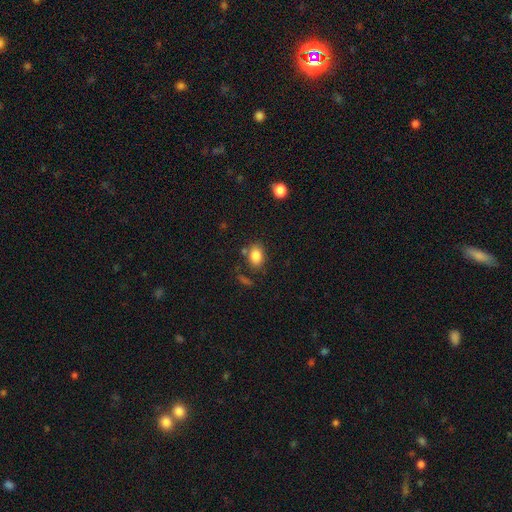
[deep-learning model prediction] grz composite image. It shows a smooth galaxy with no disk features (83%) that is in between round and cigar-shaped (72%). Merging: none (71%).